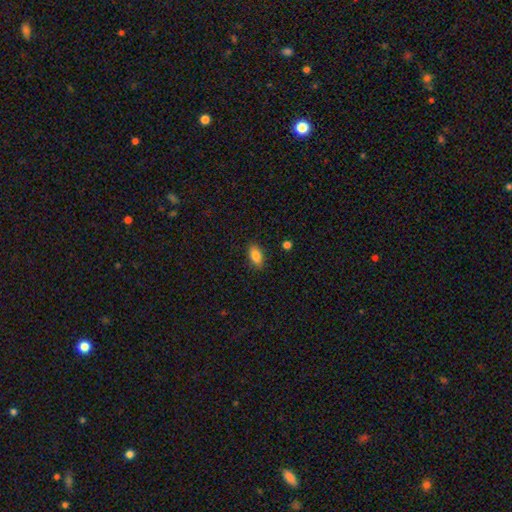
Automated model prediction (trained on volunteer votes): Smooth or featured? smooth (83%)
How rounded? in between (87%)
Merging? none (87%)